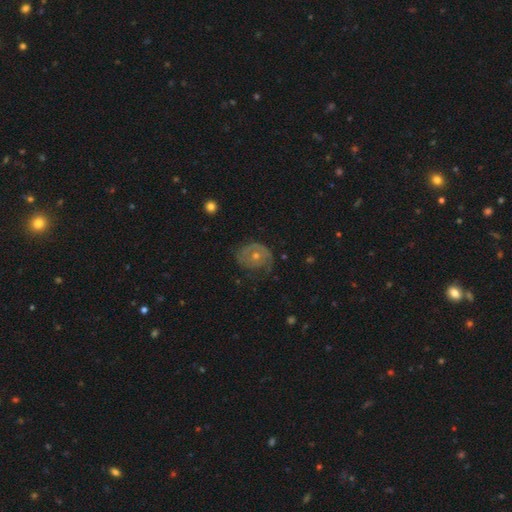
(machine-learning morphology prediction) A featured or disk galaxy (66%) with no bar (83%), spiral arms (71%) and a moderate central bulge (50%). Merging: none (58%).